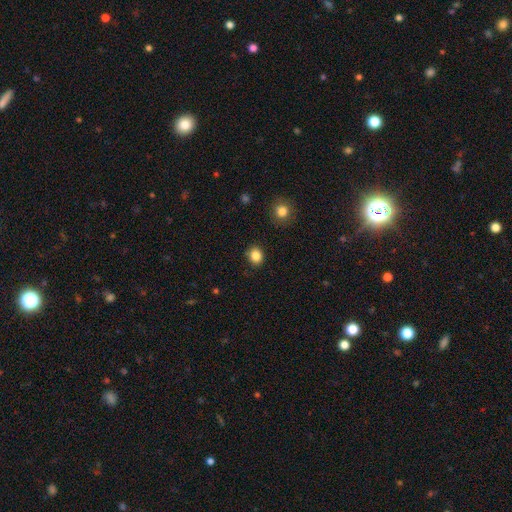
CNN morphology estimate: smooth-or-featured: smooth: 85% | star or artifact: 11% | featured or disk: 4%
  how-rounded: round: 63% | in between: 36% | cigar-shaped: 1%
  merging: none: 87% | minor disturbance: 9% | major disturbance: 2% | merger: 2%